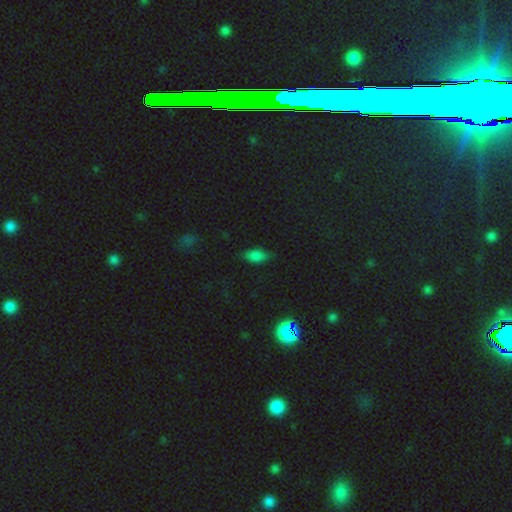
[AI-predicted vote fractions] Smooth or featured? smooth (72%)
How rounded? in between (88%)
Merging? none (71%)